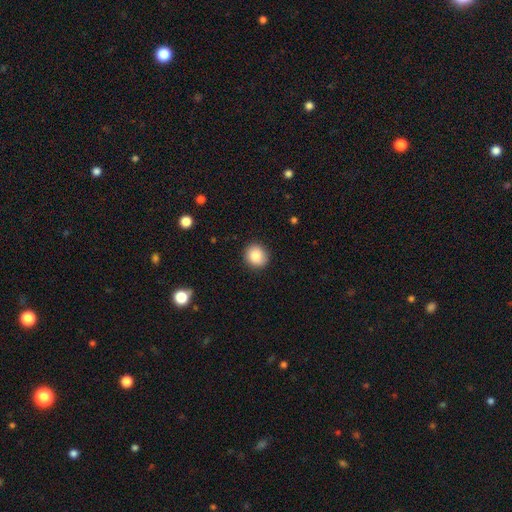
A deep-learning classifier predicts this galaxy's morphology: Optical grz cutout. It shows a smooth galaxy with no disk features (85%) that is round (81%). Merging: none (89%).